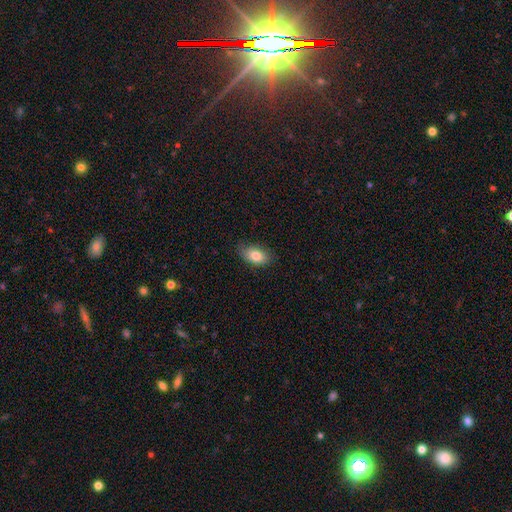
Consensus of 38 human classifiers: Morphology: type=smooth (92%); roundness=in between (86%); merging=none (81%).